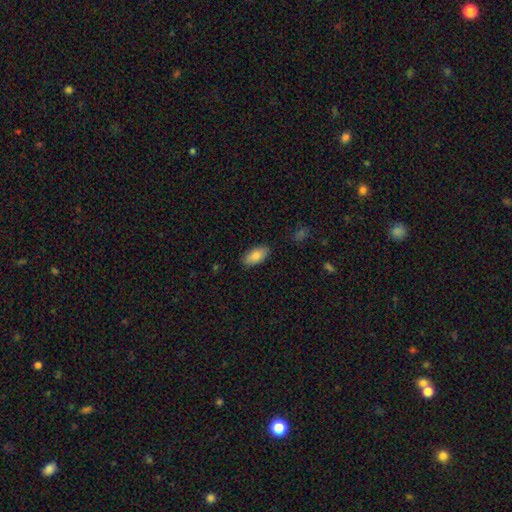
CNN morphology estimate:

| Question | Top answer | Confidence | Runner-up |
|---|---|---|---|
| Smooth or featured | smooth | 84% | featured or disk (9%) |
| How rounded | in between | 92% | cigar-shaped (6%) |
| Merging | none | 87% | minor disturbance (10%) |